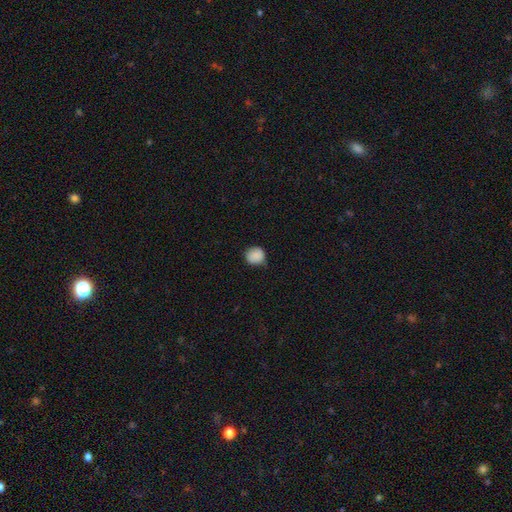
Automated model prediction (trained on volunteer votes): smooth-or-featured: smooth: 87% | star or artifact: 8% | featured or disk: 5%
  how-rounded: round: 88% | in between: 11% | cigar-shaped: 1%
  merging: none: 76% | minor disturbance: 19% | major disturbance: 3% | merger: 1%